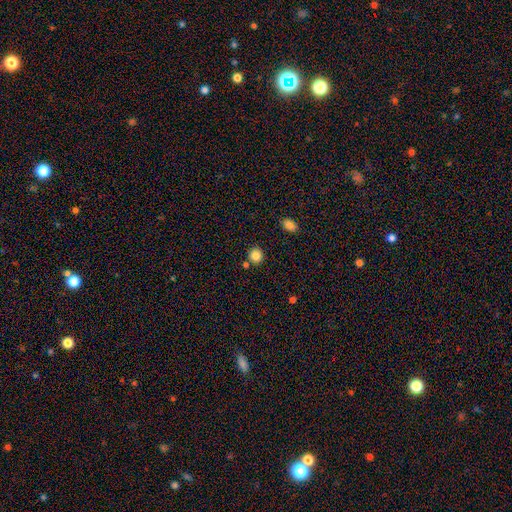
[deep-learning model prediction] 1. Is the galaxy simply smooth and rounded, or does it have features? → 85% smooth, 10% star or artifact, 5% featured or disk.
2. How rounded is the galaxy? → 89% round, 10% in between, 1% cigar-shaped.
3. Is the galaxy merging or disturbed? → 82% none, 8% merger, 8% minor disturbance, 2% major disturbance.